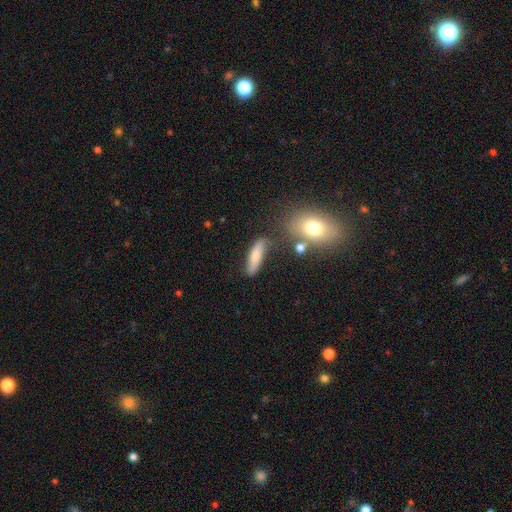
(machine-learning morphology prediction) Smooth or featured? smooth (70%)
How rounded? cigar-shaped (68%)
Merging? none (67%)